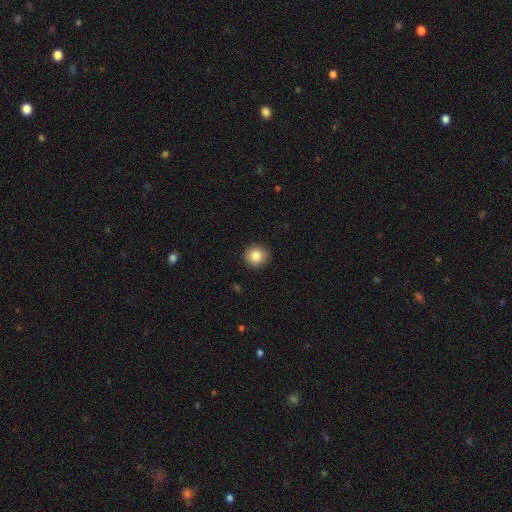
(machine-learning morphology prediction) Smooth or featured: smooth — 85% (star or artifact — 9%)
How rounded: round — 92% (in between — 7%)
Merging: none — 92% (minor disturbance — 6%)